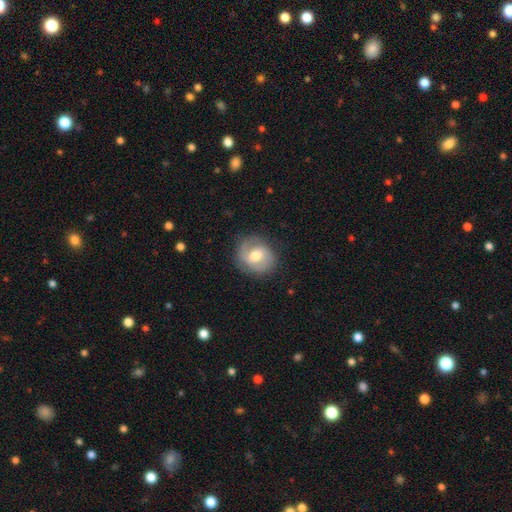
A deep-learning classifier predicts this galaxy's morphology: The model was most divided on "bar": weak: 48%, no: 39%, strong: 13%. More confident: edge-on disk — no (97%); spiral arms — yes (83%); merging — none (77%); bulge size — moderate (70%); smooth or featured — featured or disk (58%).